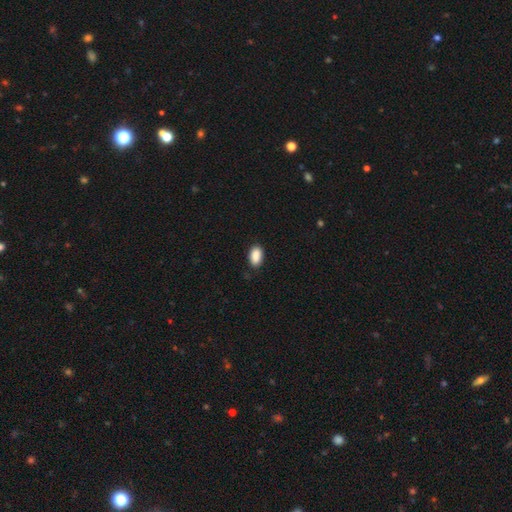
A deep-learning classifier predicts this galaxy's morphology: type=smooth (90%); roundness=in between (93%); merging=none (86%).